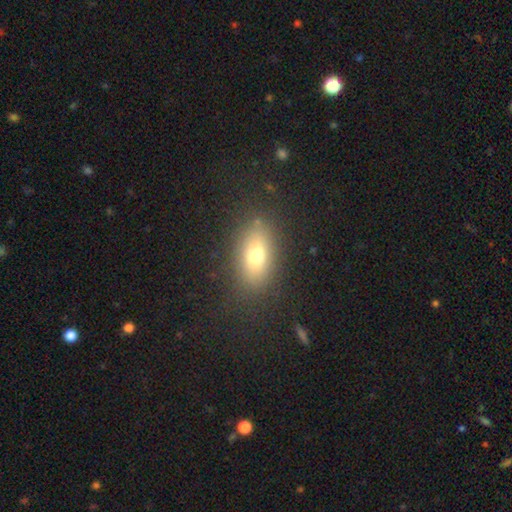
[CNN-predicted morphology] Smooth or featured? Predicted: smooth (p=0.71). How rounded? Predicted: in between (p=0.82). Merging? Predicted: none (p=0.83).